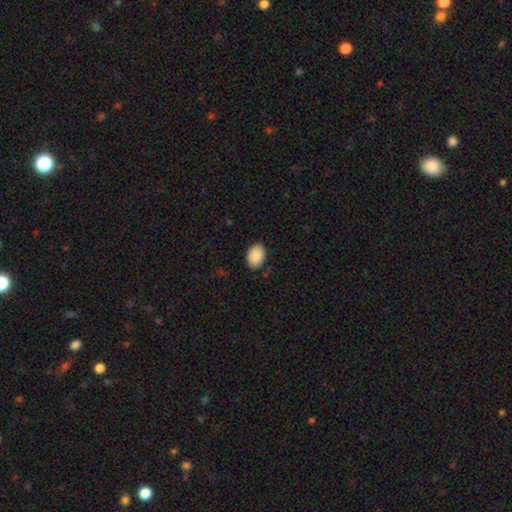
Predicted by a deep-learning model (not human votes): Smooth or featured?
  - smooth: 90% *
  - star or artifact: 6%
  - featured or disk: 4%
How rounded?
  - in between: 87% *
  - round: 12%
  - cigar-shaped: 1%
Merging?
  - none: 87% *
  - minor disturbance: 9%
  - major disturbance: 2%
  - merger: 1%